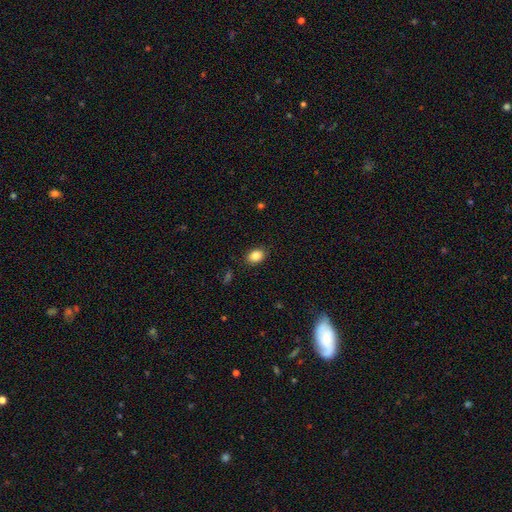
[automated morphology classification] A smooth galaxy with no disk features (85%) that is in between round and cigar-shaped (71%). Merging: none (87%).